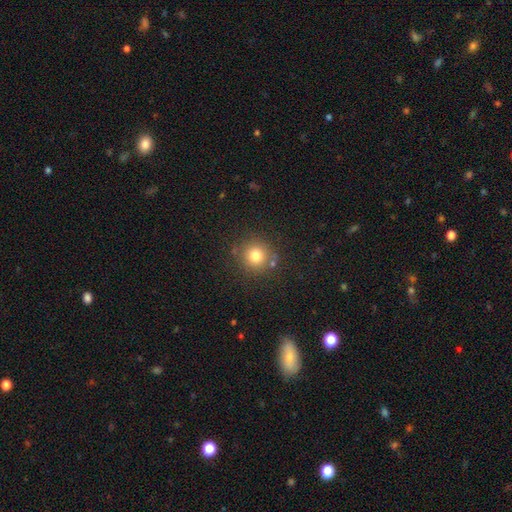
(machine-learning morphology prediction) Smooth or featured? Predicted: smooth (p=0.79). How rounded? Predicted: round (p=0.92). Merging? Predicted: none (p=0.83).